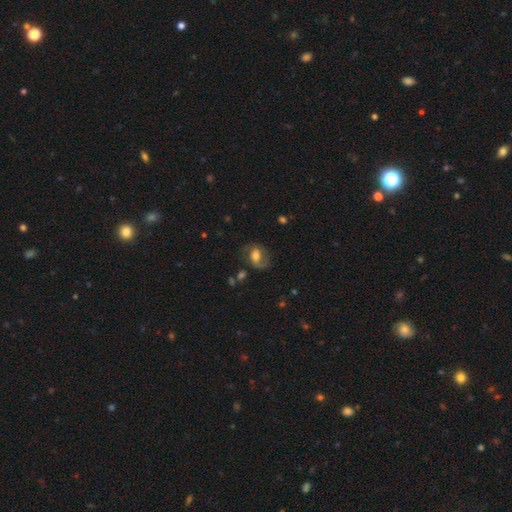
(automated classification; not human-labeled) Smooth or featured: featured or disk — 59% (smooth — 33%)
Edge-on disk: no — 96% (yes — 4%)
Bar: weak — 43% (no — 34%)
Spiral arms: yes — 84% (no — 16%)
Bulge size: moderate — 54% (large — 25%)
Merging: none — 63% (minor disturbance — 19%)